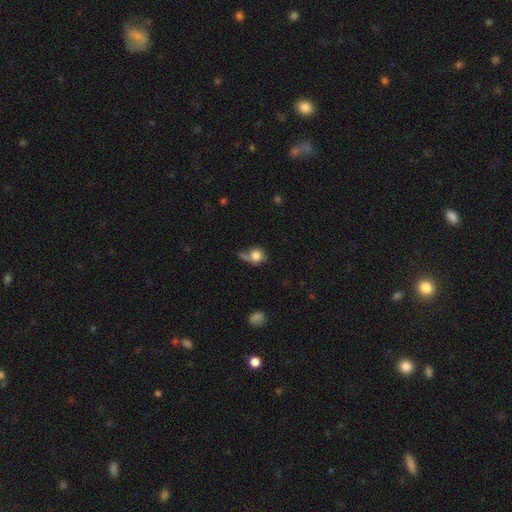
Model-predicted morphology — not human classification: Q: Smooth or featured?
A: smooth (78%); runner-up: featured or disk (13%)
Q: How rounded?
A: round (79%); runner-up: in between (19%)
Q: Merging?
A: none (42%); runner-up: minor disturbance (24%)